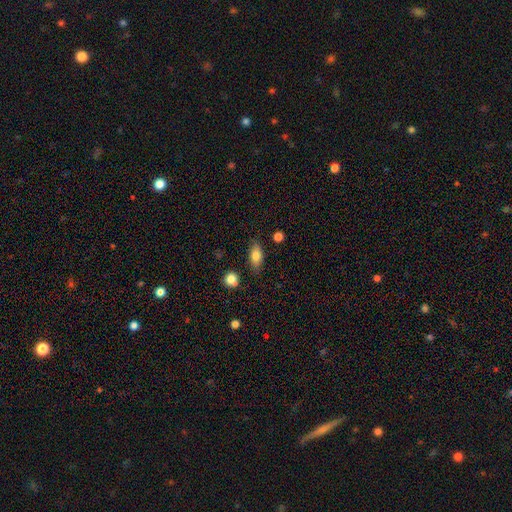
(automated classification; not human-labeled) A smooth galaxy with no disk features (79%) that is in between round and cigar-shaped (84%). Merging: none (83%).